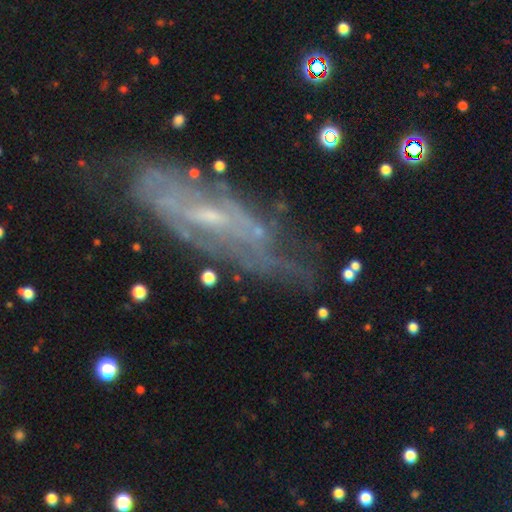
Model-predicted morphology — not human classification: Smooth or featured?
  - featured or disk: 79% *
  - smooth: 13%
  - star or artifact: 8%
Edge-on disk?
  - no: 78% *
  - yes: 22%
Bar?
  - weak: 46% *
  - no: 38%
  - strong: 16%
Spiral arms?
  - yes: 78% *
  - no: 22%
Bulge size?
  - small: 63% *
  - moderate: 26%
  - none: 8%
  - large: 2%
  - dominant: 1%
Merging?
  - none: 60% *
  - minor disturbance: 24%
  - major disturbance: 13%
  - merger: 3%